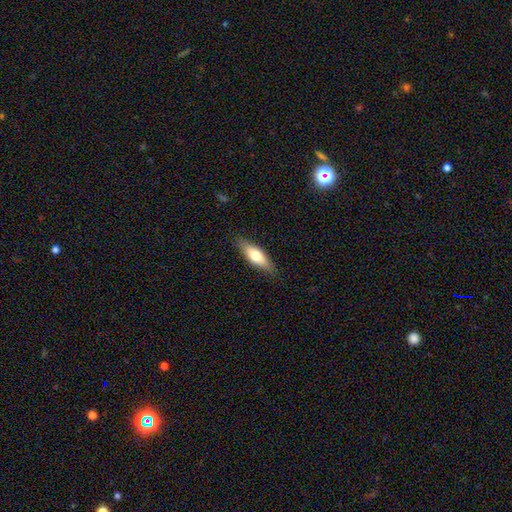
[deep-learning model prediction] This is likely a smooth galaxy (66%). How rounded: possibly in between (58%). Merging: clearly none (85%).